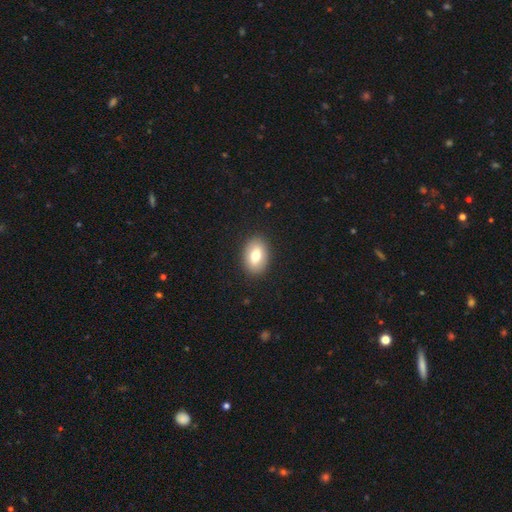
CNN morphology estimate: Smooth or featured? Predicted: smooth (p=0.76). How rounded? Predicted: in between (p=0.82). Merging? Predicted: none (p=0.89).